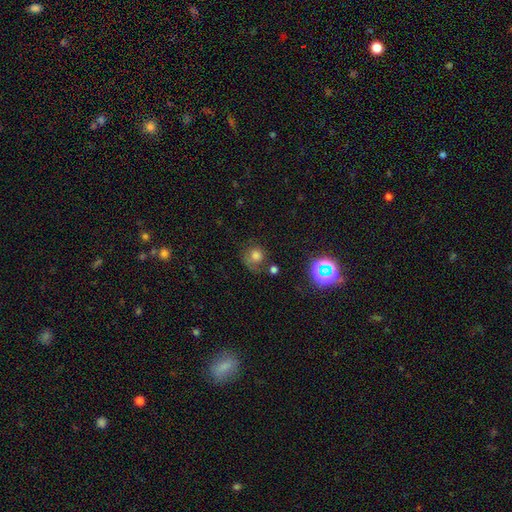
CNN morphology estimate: Overall: smooth (68%). How rounded: round (83%). Merging: none (49%; minor disturbance 23%).